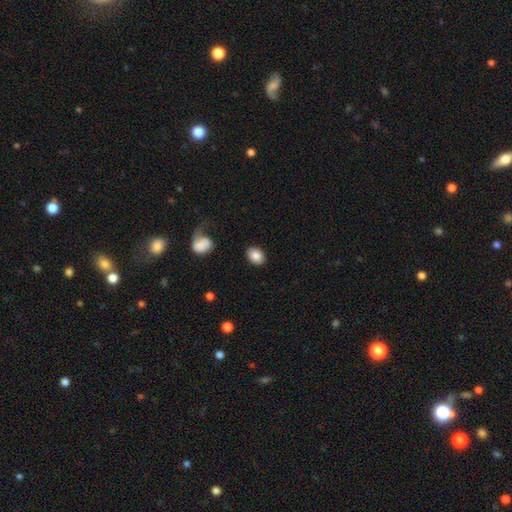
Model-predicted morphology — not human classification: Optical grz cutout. It shows a smooth galaxy with no disk features (84%) that is in between round and cigar-shaped (65%). Merging: none (88%).